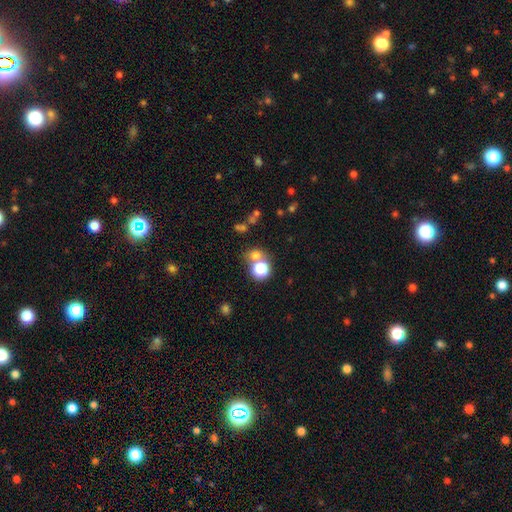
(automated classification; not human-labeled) Smooth or featured?
  - smooth: 67% *
  - star or artifact: 22%
  - featured or disk: 11%
How rounded?
  - round: 78% *
  - in between: 21%
  - cigar-shaped: 1%
Merging?
  - none: 50% *
  - merger: 38%
  - minor disturbance: 7%
  - major disturbance: 5%